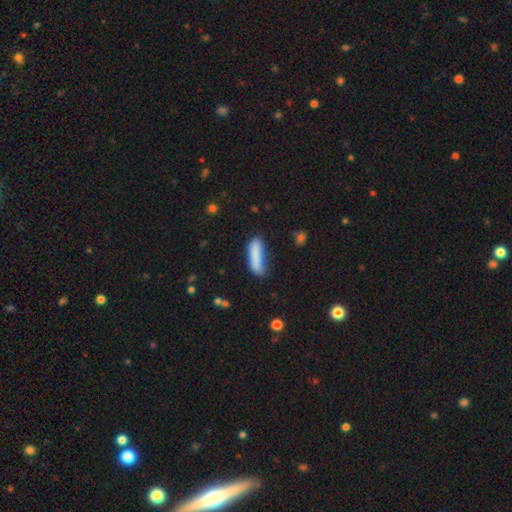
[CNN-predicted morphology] Smooth or featured? smooth (82%)
How rounded? cigar-shaped (63%)
Merging? none (51%)